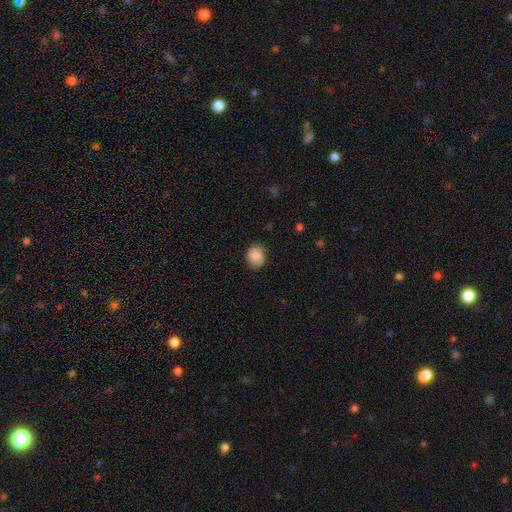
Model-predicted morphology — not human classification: smooth_or_featured: smooth (p=0.81) [alt: featured or disk p=0.11]
how_rounded: round (p=0.72) [alt: in between p=0.27]
merging: none (p=0.77) [alt: minor disturbance p=0.18]